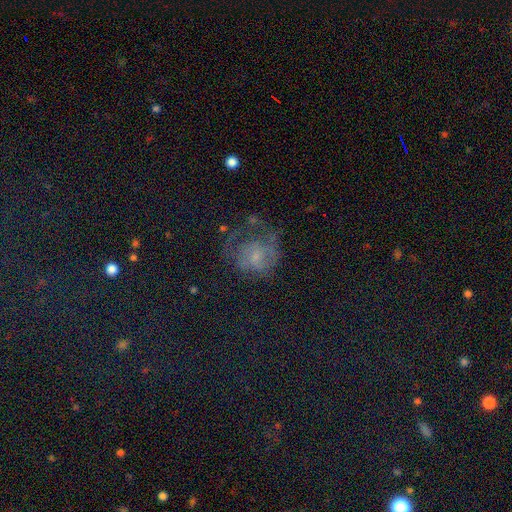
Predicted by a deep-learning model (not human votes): Smooth or featured? Predicted: featured or disk (p=0.40). Merging? Predicted: none (p=0.39).